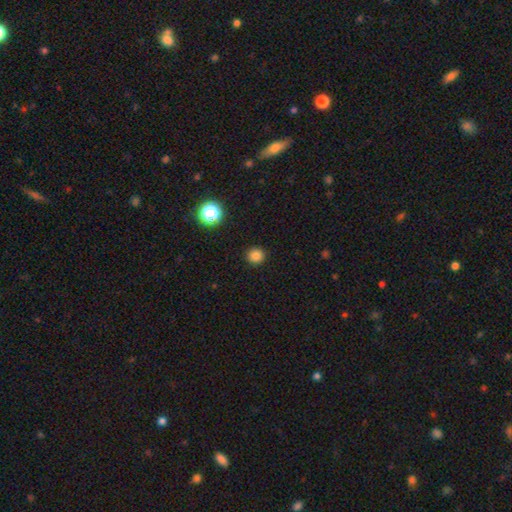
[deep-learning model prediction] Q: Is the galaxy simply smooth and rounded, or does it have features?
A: smooth — 82%.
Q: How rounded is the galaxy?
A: round — 94%.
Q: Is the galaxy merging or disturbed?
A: none — 92%.